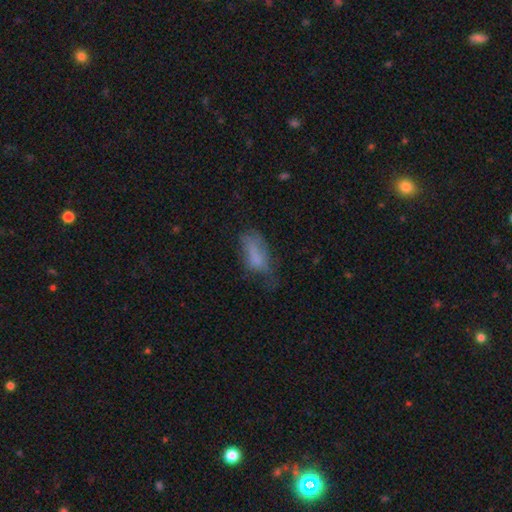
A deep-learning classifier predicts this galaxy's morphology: This appears to be a smooth galaxy with no disk features (68%) that is in between round and cigar-shaped (83%). Merging: none (34%).